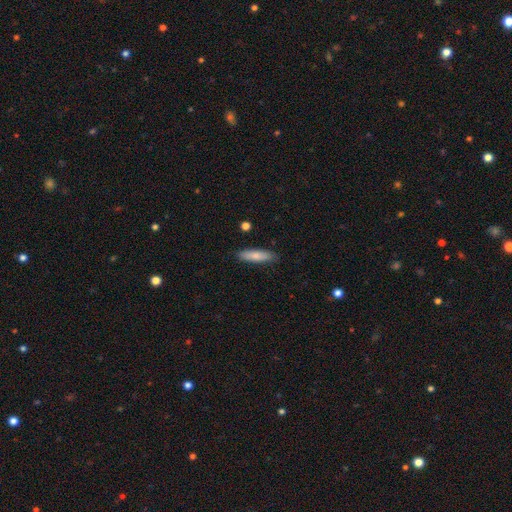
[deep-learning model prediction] Smooth or featured? smooth (79%)
How rounded? cigar-shaped (71%)
Merging? none (88%)